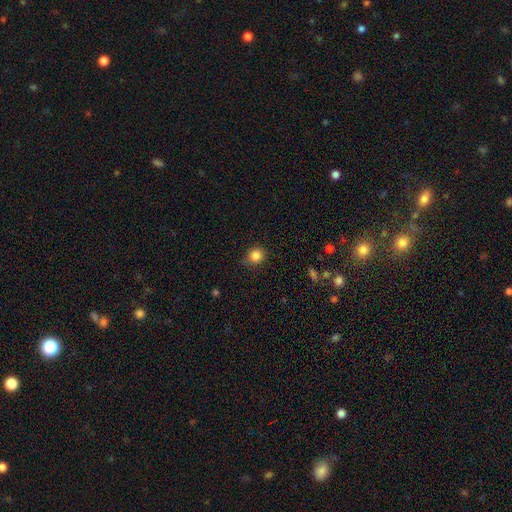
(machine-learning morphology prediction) smooth-or-featured: smooth: 85% | star or artifact: 11% | featured or disk: 4%
  how-rounded: round: 87% | in between: 12% | cigar-shaped: 1%
  merging: none: 81% | minor disturbance: 15% | major disturbance: 3% | merger: 1%